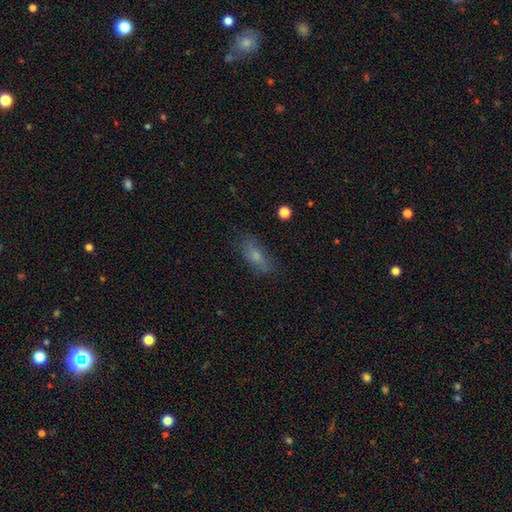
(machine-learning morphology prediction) Smooth or featured? Predicted: smooth (p=0.62). How rounded? Predicted: in between (p=0.72). Merging? Predicted: none (p=0.72).